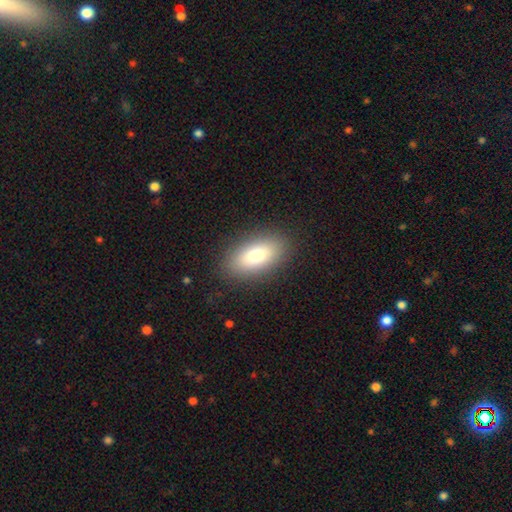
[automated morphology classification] Smooth or featured? Predicted: smooth (p=0.79). How rounded? Predicted: in between (p=0.89). Merging? Predicted: none (p=0.88).